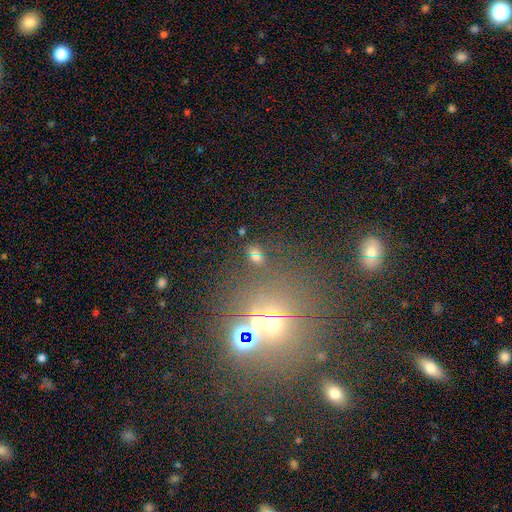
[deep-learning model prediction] Smooth or featured? smooth (57%)
How rounded? in between (66%)
Merging? none (59%)